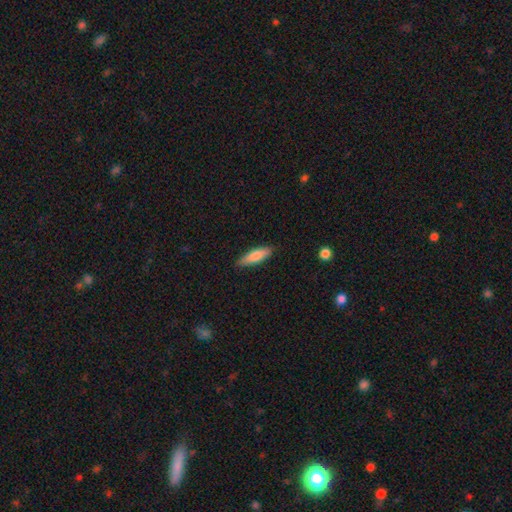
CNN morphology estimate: The model was most divided on "how rounded": cigar-shaped: 60%, in between: 39%, round: 2%. More confident: merging — none (85%); smooth or featured — smooth (79%).